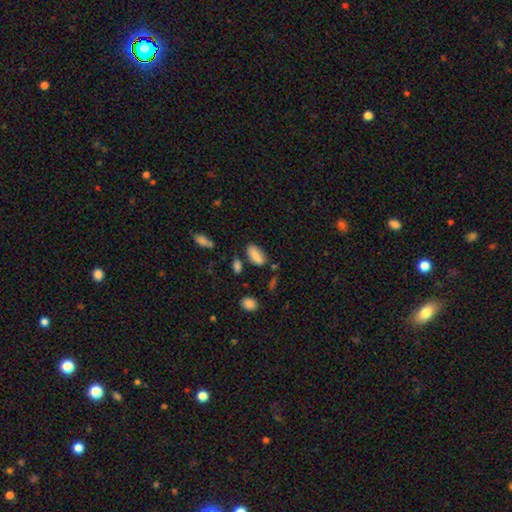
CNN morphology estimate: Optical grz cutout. It shows a smooth galaxy with no disk features (83%) that is in between round and cigar-shaped (89%). Merging: none (71%).